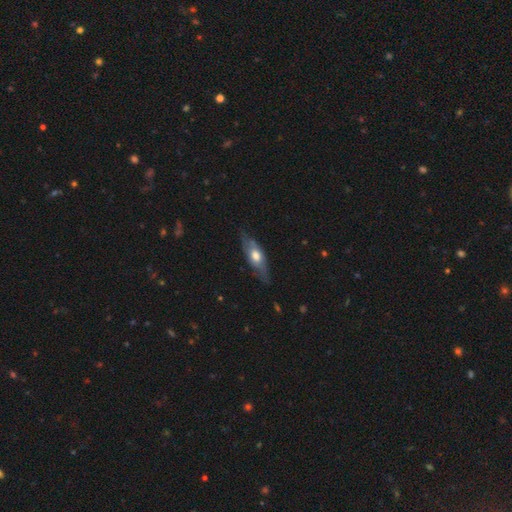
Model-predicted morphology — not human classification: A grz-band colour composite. It shows a featured or disk galaxy (48%). Merging: none (71%).